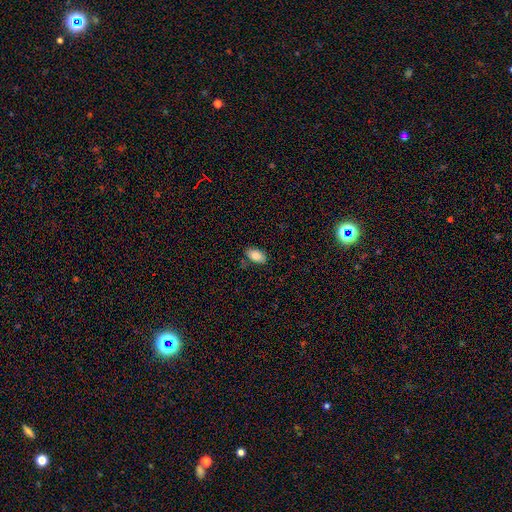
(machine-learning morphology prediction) smooth 83%, featured or disk 9%, star or artifact 8%. Down the decision tree: how rounded — in between (93%); merging — none (80%).